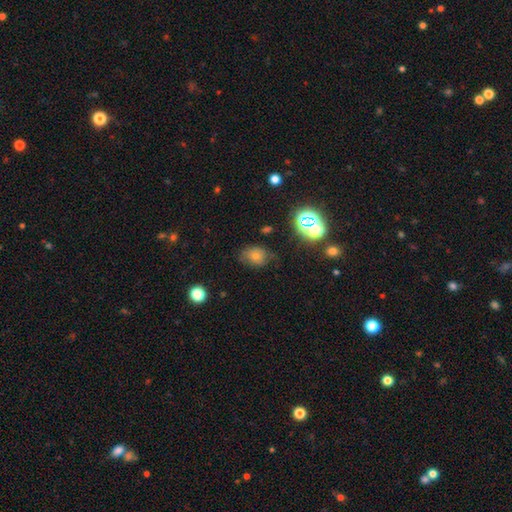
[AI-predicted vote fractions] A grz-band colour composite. It shows a smooth galaxy with no disk features (54%) that is in between round and cigar-shaped (52%). Merging: none (63%).